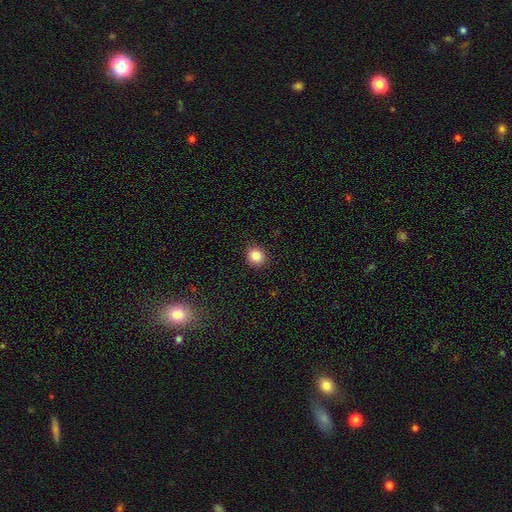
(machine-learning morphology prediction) smooth-or-featured: smooth: 86% | star or artifact: 10% | featured or disk: 4%
  how-rounded: round: 81% | in between: 18% | cigar-shaped: 1%
  merging: none: 89% | minor disturbance: 8% | major disturbance: 2% | merger: 1%